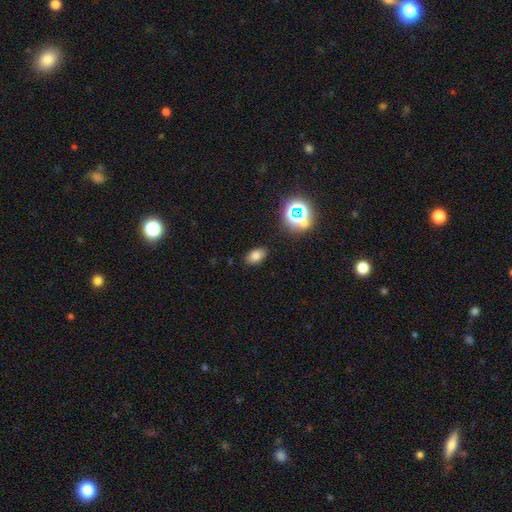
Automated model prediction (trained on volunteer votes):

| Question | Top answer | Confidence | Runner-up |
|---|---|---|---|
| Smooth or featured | smooth | 75% | star or artifact (17%) |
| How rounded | in between | 87% | round (12%) |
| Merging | none | 86% | minor disturbance (10%) |